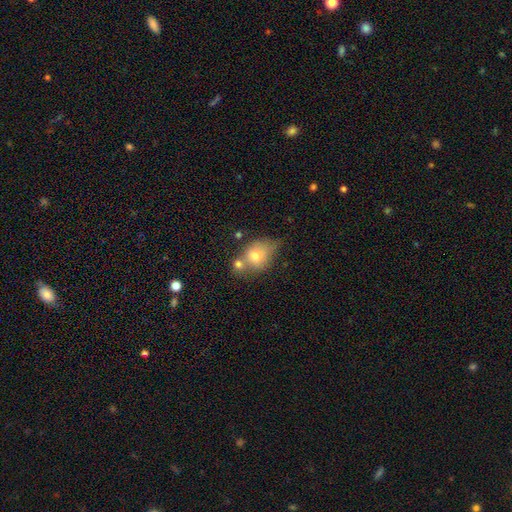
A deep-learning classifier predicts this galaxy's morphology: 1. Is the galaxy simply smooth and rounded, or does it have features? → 69% smooth, 20% featured or disk, 11% star or artifact.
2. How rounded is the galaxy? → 49% round (tied), 49% in between (tied), 2% cigar-shaped.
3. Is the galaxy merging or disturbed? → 38% none, 31% merger, 22% minor disturbance, 9% major disturbance.